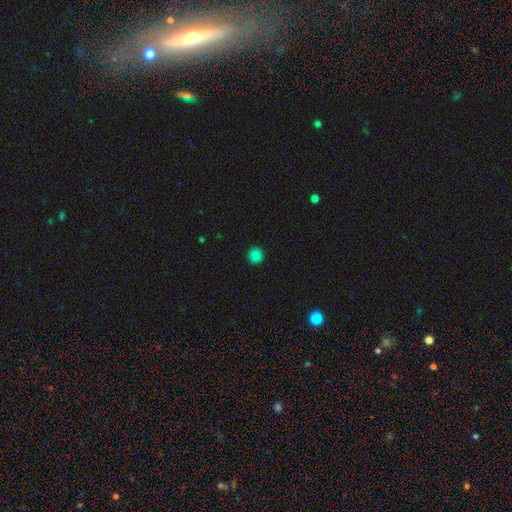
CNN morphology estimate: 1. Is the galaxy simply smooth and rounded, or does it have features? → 83% smooth, 12% star or artifact, 5% featured or disk.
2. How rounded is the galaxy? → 95% round, 4% in between, 1% cigar-shaped.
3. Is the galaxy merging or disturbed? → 93% none, 5% minor disturbance, 2% major disturbance, 1% merger.